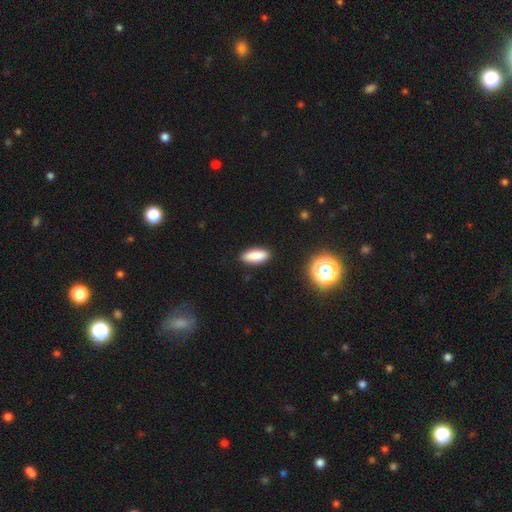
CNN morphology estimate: Smooth or featured? smooth (87%)
How rounded? in between (77%)
Merging? none (89%)